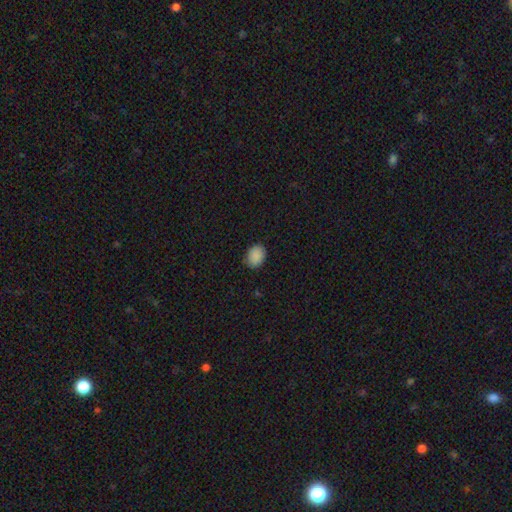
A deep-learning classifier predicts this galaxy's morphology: This appears to be a smooth galaxy with no disk features (88%) that is in between round and cigar-shaped (65%). Merging: none (82%).